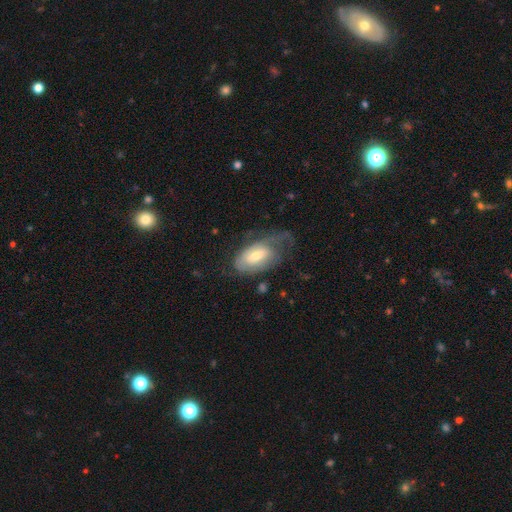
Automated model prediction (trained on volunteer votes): Smooth or featured?
  - featured or disk: 55% *
  - smooth: 38%
  - star or artifact: 7%
Edge-on disk?
  - no: 91% *
  - yes: 9%
Bar?
  - no: 43% *
  - weak: 42%
  - strong: 14%
Spiral arms?
  - yes: 71% *
  - no: 29%
Bulge size?
  - moderate: 55% *
  - small: 35%
  - large: 7%
  - none: 2%
  - dominant: 1%
Merging?
  - none: 37% *
  - major disturbance: 34%
  - minor disturbance: 28%
  - merger: 2%